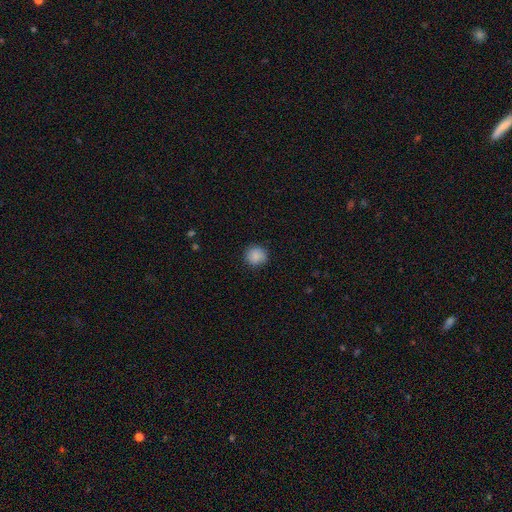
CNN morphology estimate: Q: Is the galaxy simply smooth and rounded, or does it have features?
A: smooth — 87%.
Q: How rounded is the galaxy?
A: round — 91%.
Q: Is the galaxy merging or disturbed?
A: none — 88%.